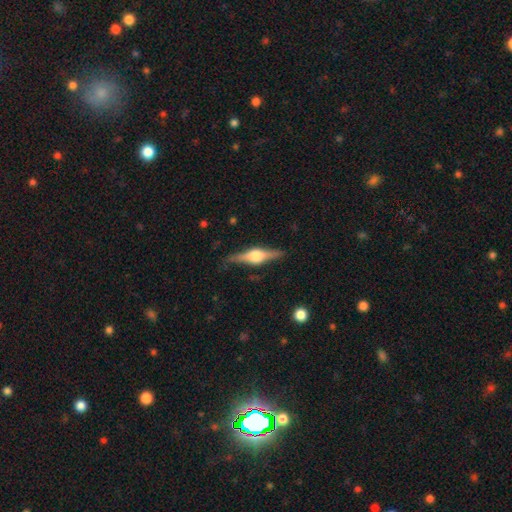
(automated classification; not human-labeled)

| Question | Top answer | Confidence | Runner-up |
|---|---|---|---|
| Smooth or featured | featured or disk | 78% | smooth (16%) |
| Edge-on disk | yes | 97% | no (3%) |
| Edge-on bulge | rounded | 92% | boxy (7%) |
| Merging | none | 86% | minor disturbance (10%) |